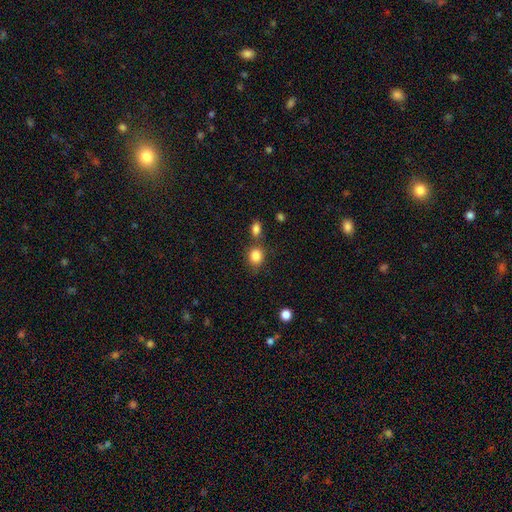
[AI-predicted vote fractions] smooth 85%, star or artifact 10%, featured or disk 5%. Down the decision tree: how rounded — round (68%); merging — none (64%).